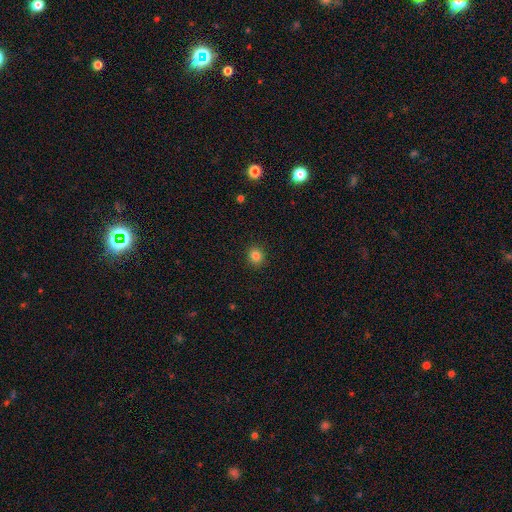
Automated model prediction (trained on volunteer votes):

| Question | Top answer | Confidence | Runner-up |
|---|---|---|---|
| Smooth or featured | smooth | 83% | star or artifact (12%) |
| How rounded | round | 82% | in between (17%) |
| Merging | none | 91% | minor disturbance (6%) |